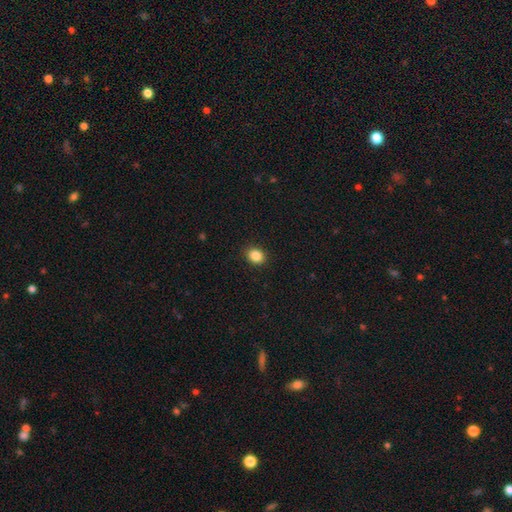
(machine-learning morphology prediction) Smooth or featured?
  - smooth: 86% *
  - star or artifact: 10%
  - featured or disk: 4%
How rounded?
  - round: 52% *
  - in between: 47%
  - cigar-shaped: 1%
Merging?
  - none: 90% *
  - minor disturbance: 7%
  - major disturbance: 2%
  - merger: 1%